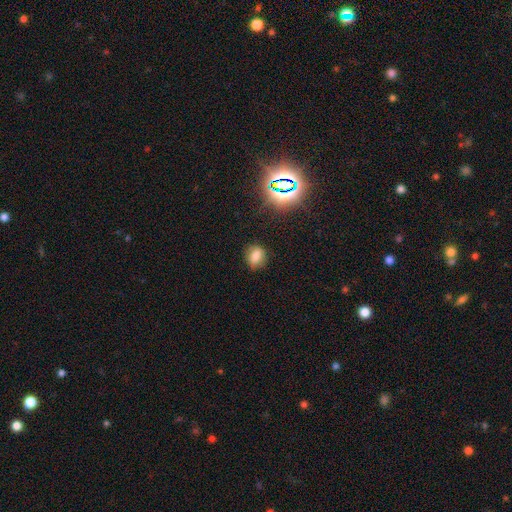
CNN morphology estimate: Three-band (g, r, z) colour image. It shows a smooth galaxy with no disk features (75%) that is in between round and cigar-shaped (53%). Merging: none (80%).